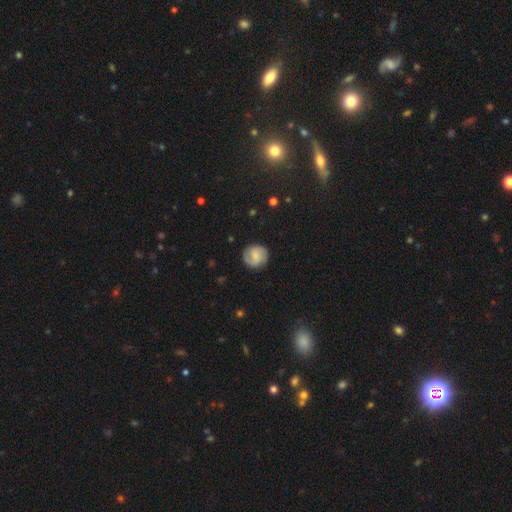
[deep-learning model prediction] Q: Smooth or featured?
A: smooth (54%); runner-up: featured or disk (38%)
Q: How rounded?
A: round (89%); runner-up: in between (10%)
Q: Merging?
A: none (84%); runner-up: minor disturbance (11%)